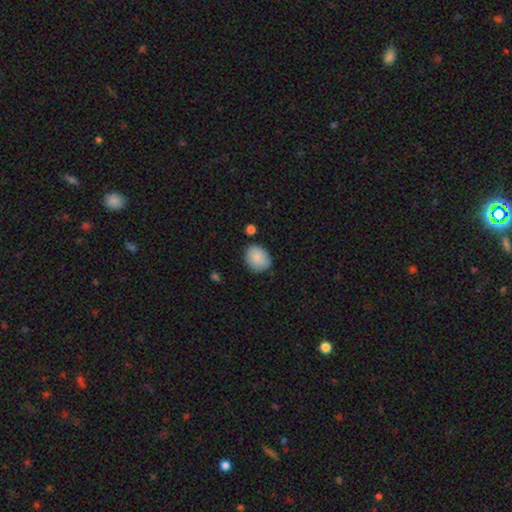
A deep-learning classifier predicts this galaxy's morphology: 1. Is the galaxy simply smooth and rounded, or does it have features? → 88% smooth, 7% star or artifact, 5% featured or disk.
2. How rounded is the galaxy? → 59% round, 40% in between, 1% cigar-shaped.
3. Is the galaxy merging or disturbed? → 75% none, 18% minor disturbance, 4% major disturbance, 3% merger.